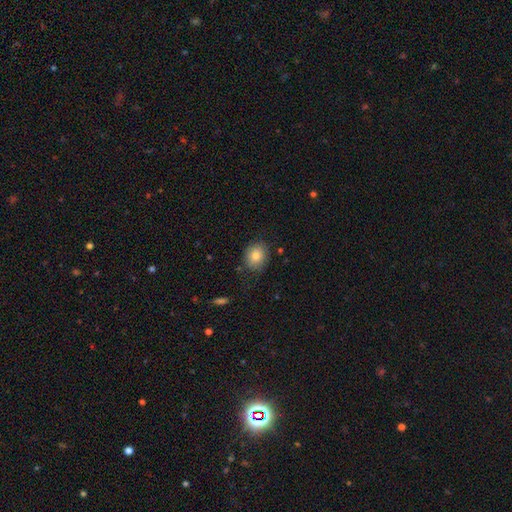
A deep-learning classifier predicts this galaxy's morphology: Smooth or featured?
  - smooth: 82% *
  - featured or disk: 9%
  - star or artifact: 9%
How rounded?
  - round: 60% *
  - in between: 39%
  - cigar-shaped: 1%
Merging?
  - none: 80% *
  - minor disturbance: 14%
  - major disturbance: 4%
  - merger: 2%